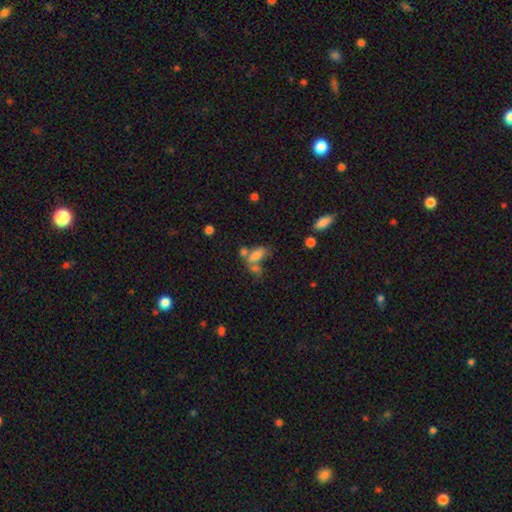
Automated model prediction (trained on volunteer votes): smooth 69%, featured or disk 18%, star or artifact 12%. Down the decision tree: how rounded — in between (83%); merging — merger (46%).